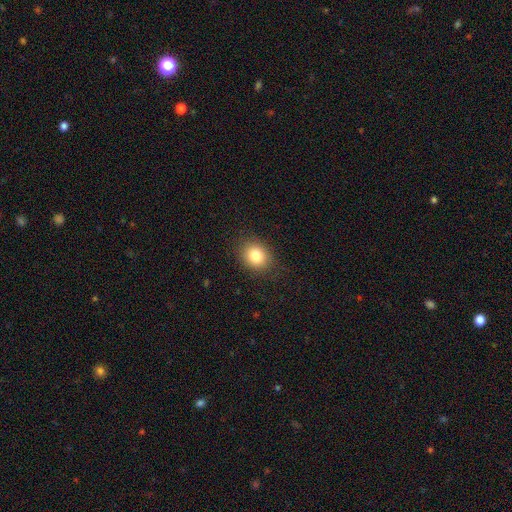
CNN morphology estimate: Overall: smooth (83%). How rounded: round (54%; in between 45%). Merging: none (87%).